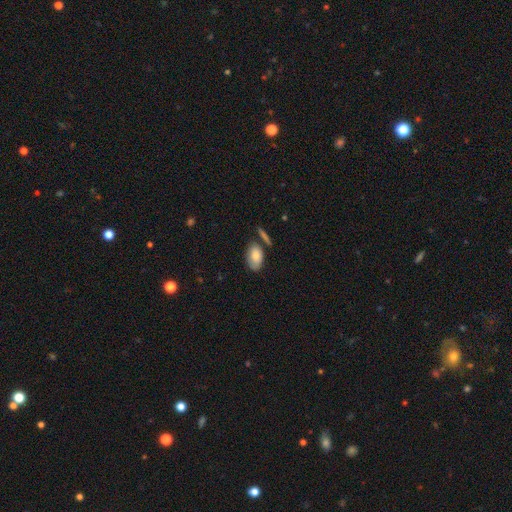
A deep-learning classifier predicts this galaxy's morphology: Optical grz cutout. It shows a smooth galaxy with no disk features (80%) that is in between round and cigar-shaped (92%). Merging: none (63%).